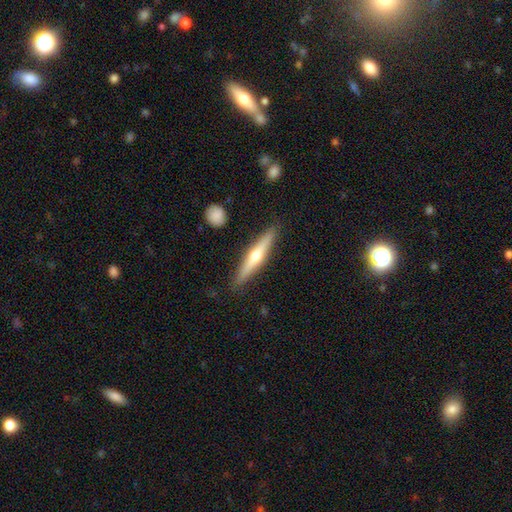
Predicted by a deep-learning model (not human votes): The model was most divided on "smooth or featured": featured or disk: 59%, smooth: 35%, star or artifact: 6%. More confident: edge-on disk — yes (96%); edge-on bulge — rounded (90%); merging — none (88%).